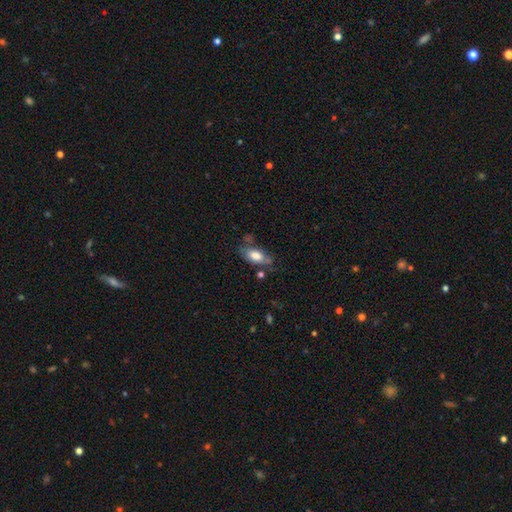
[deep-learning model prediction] Morphology: type=smooth (71%); roundness=in between (86%); merging=none (53%).